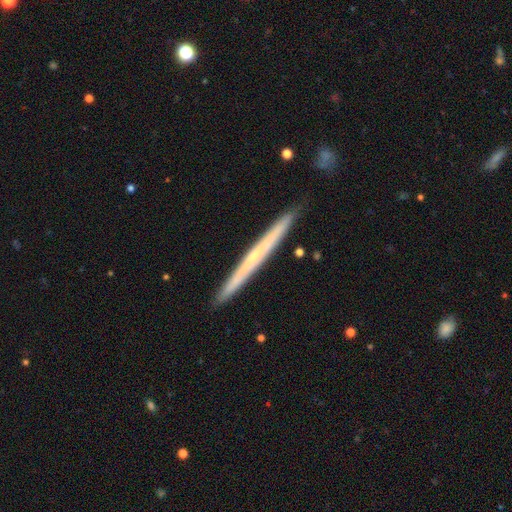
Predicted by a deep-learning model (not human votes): Overall: featured or disk (63%; smooth 31%). Edge-on disk: yes (96%). Edge-on bulge: none (67%; rounded 30%). Merging: none (91%).